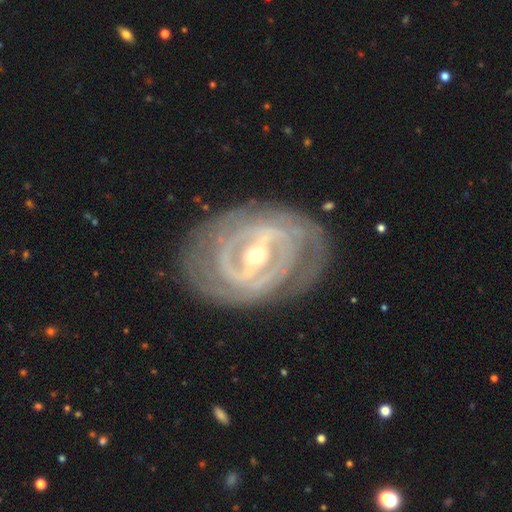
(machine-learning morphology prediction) smooth-or-featured: featured or disk: 90% | smooth: 6% | star or artifact: 5%
  disk-edge-on: no: 95% | yes: 5%
    bar: strong: 66% | weak: 25% | no: 8%
    has-spiral-arms: yes: 91% | no: 9%
      spiral-winding: tight: 74% | medium: 21% | loose: 5%
      spiral-arm-count: 2: 33% | can't tell: 31% | 3: 16% | 4: 10% | more than 4: 6% | 1: 5%
    bulge-size: small: 50% | moderate: 47% | large: 2% | dominant: 1% | none: 1%
  merging: none: 80% | minor disturbance: 13% | major disturbance: 6% | merger: 1%